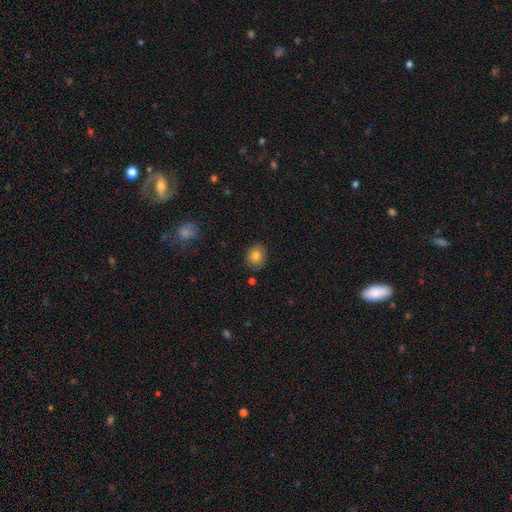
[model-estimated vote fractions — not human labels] smooth-or-featured: smooth: 82% | star or artifact: 10% | featured or disk: 9%
  how-rounded: round: 66% | in between: 33% | cigar-shaped: 1%
  merging: none: 86% | minor disturbance: 10% | major disturbance: 2% | merger: 2%